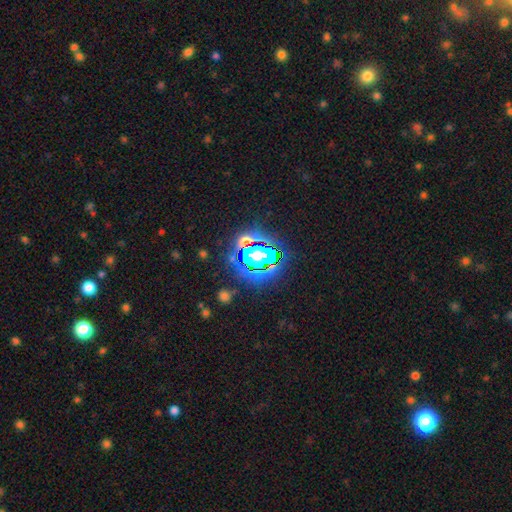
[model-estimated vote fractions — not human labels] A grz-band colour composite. It shows a star or artifact, not a galaxy (62%).